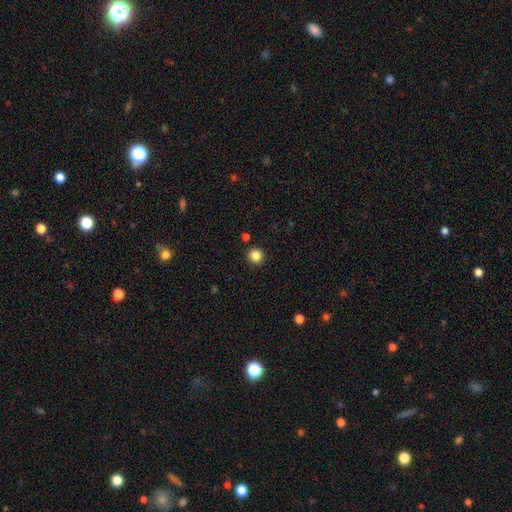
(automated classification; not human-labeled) Overall: smooth (85%). How rounded: round (94%). Merging: none (91%).